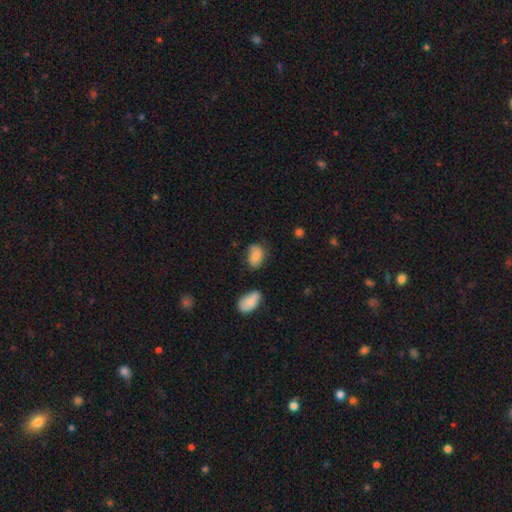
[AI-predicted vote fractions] This appears to be a smooth galaxy with no disk features (77%) that is in between round and cigar-shaped (83%). Merging: none (55%).